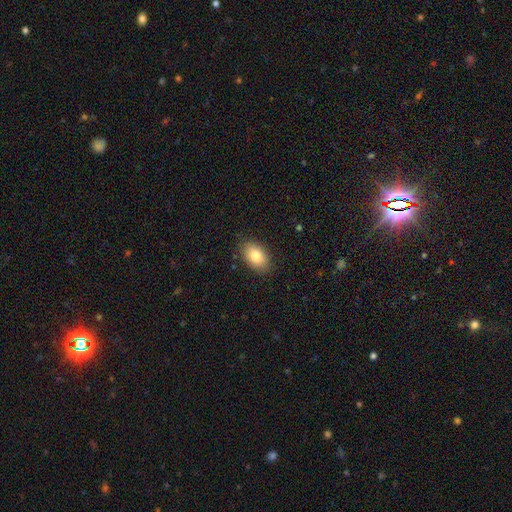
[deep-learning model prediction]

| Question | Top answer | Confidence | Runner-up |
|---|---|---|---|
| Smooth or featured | smooth | 82% | featured or disk (10%) |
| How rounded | in between | 90% | round (9%) |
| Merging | none | 86% | minor disturbance (10%) |